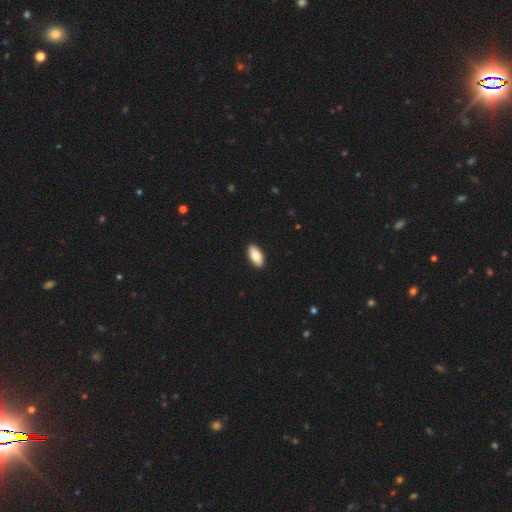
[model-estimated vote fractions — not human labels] Morphology: type=smooth (83%); roundness=in between (92%); merging=none (92%).